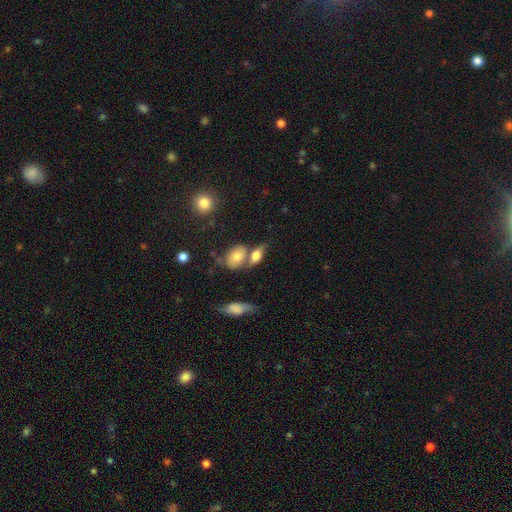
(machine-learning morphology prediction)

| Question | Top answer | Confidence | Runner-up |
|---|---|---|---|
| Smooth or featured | smooth | 66% | featured or disk (24%) |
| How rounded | in between | 75% | round (13%) |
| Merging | merger | 41% | none (38%) |